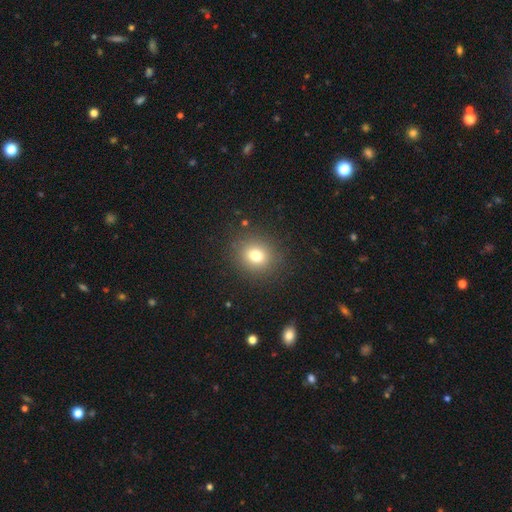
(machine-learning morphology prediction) This appears to be a smooth galaxy with no disk features (76%) that is round (82%). Merging: none (89%).